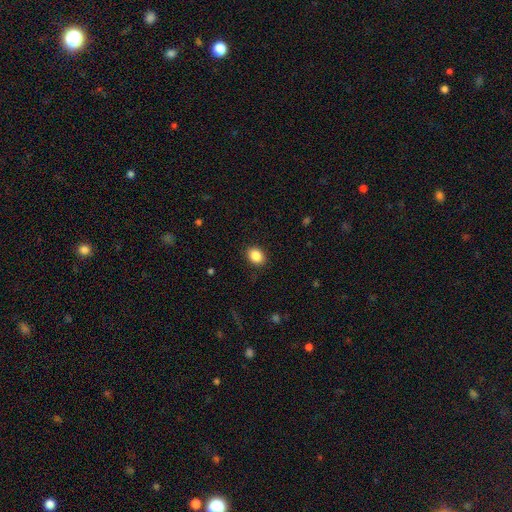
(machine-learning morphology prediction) This is clearly a smooth galaxy (86%). How rounded: possibly in between (59%). Merging: clearly none (89%).